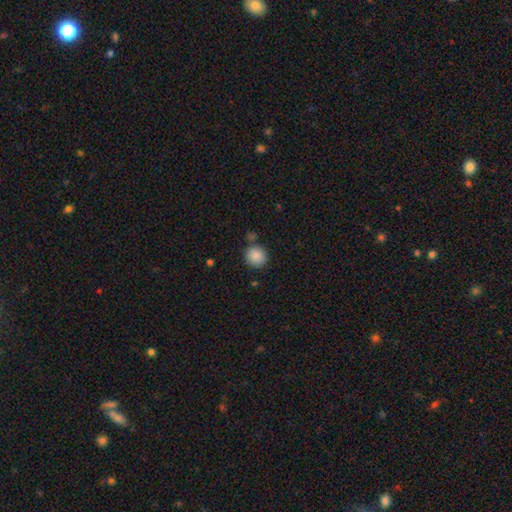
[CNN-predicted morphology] Overall: smooth (88%). How rounded: round (90%). Merging: none (80%).